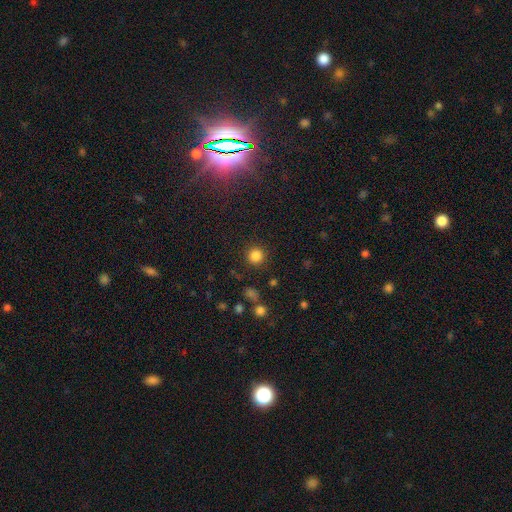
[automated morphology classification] Smooth or featured?
  - smooth: 84% *
  - star or artifact: 12%
  - featured or disk: 4%
How rounded?
  - round: 94% *
  - in between: 5%
  - cigar-shaped: 1%
Merging?
  - none: 90% *
  - minor disturbance: 6%
  - major disturbance: 3%
  - merger: 2%